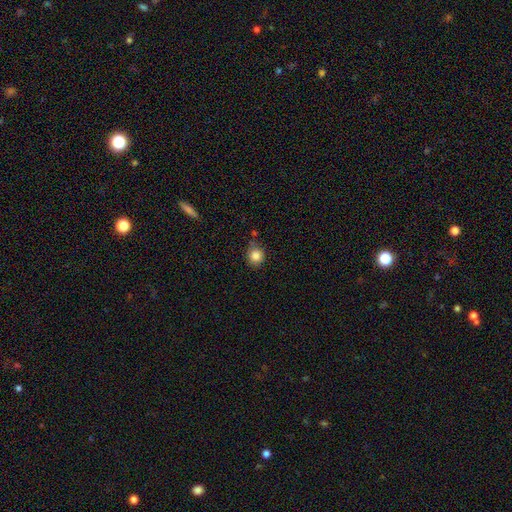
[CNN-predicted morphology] smooth-or-featured: smooth: 85% | star or artifact: 10% | featured or disk: 5%
  how-rounded: round: 84% | in between: 15% | cigar-shaped: 1%
  merging: none: 75% | minor disturbance: 17% | merger: 5% | major disturbance: 3%